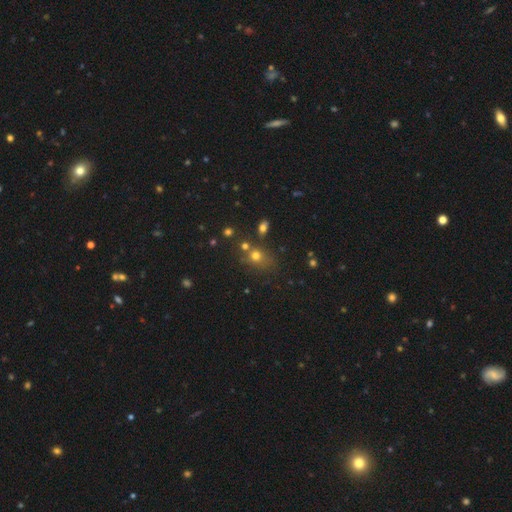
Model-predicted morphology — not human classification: Q: Smooth or featured?
A: smooth (68%); runner-up: star or artifact (21%)
Q: How rounded?
A: round (61%); runner-up: in between (38%)
Q: Merging?
A: none (58%); runner-up: merger (18%)